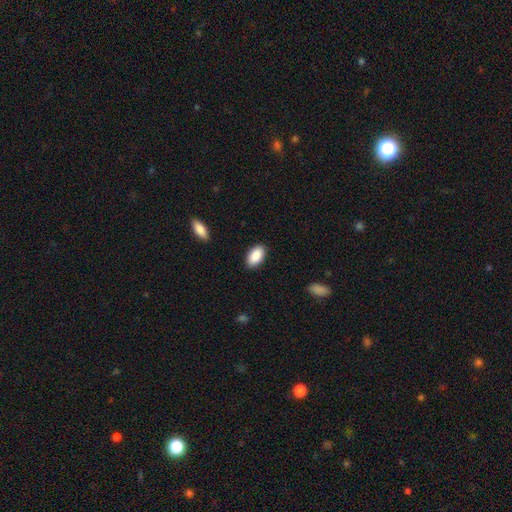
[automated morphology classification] smooth-or-featured: smooth: 90% | star or artifact: 6% | featured or disk: 4%
  how-rounded: in between: 95% | round: 3% | cigar-shaped: 2%
  merging: none: 88% | minor disturbance: 9% | major disturbance: 2% | merger: 1%